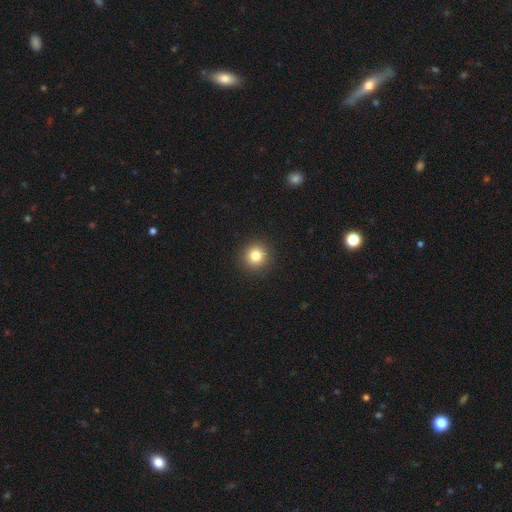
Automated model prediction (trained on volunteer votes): smooth-or-featured: smooth: 82% | star or artifact: 12% | featured or disk: 6%
  how-rounded: round: 94% | in between: 5% | cigar-shaped: 1%
  merging: none: 92% | minor disturbance: 5% | major disturbance: 2% | merger: 1%